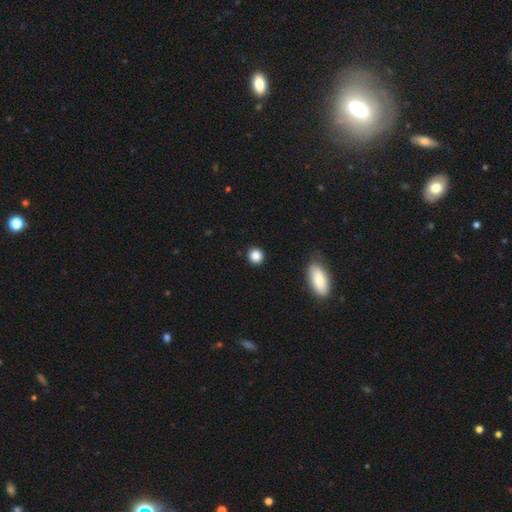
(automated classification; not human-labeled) Q: Smooth or featured?
A: smooth (87%); runner-up: star or artifact (10%)
Q: How rounded?
A: round (91%); runner-up: in between (8%)
Q: Merging?
A: none (91%); runner-up: minor disturbance (6%)